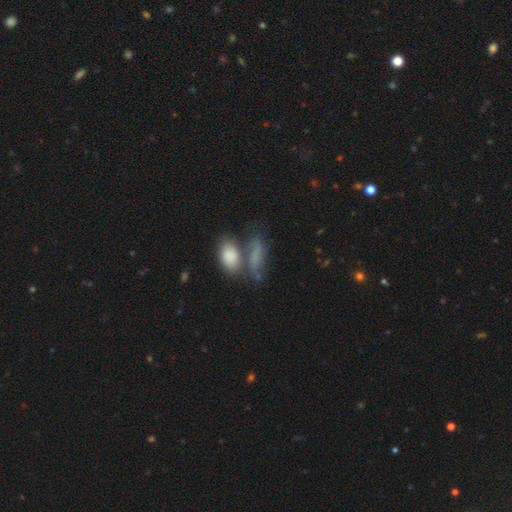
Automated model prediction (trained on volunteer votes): Smooth or featured? Predicted: smooth (p=0.70). How rounded? Predicted: in between (p=0.70). Merging? Predicted: merger (p=0.43).